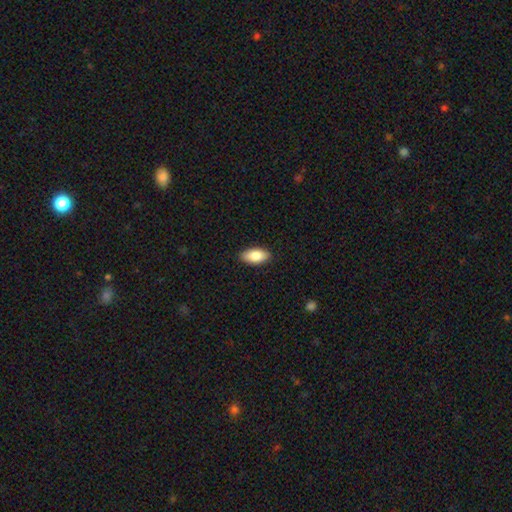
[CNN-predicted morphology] smooth 86%, featured or disk 8%, star or artifact 6%. Down the decision tree: how rounded — in between (92%); merging — none (89%).